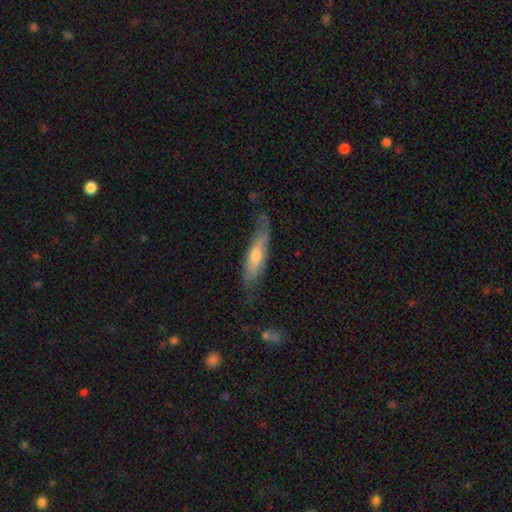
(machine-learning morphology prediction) Smooth or featured? Predicted: smooth (p=0.54). How rounded? Predicted: cigar-shaped (p=0.70). Merging? Predicted: none (p=0.63).